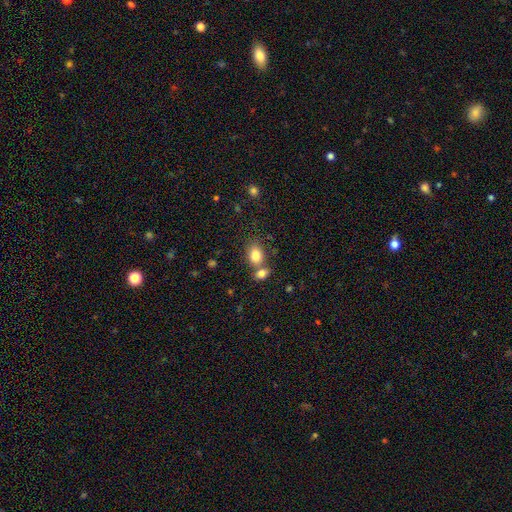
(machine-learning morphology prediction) A smooth galaxy with no disk features (83%) that is in between round and cigar-shaped (70%).

Vote fractions:
- Smooth or featured? smooth: 83% / star or artifact: 10% / featured or disk: 8%
- How rounded? in between: 70% / round: 28% / cigar-shaped: 1%
- Merging? none: 48% / merger: 38% / minor disturbance: 11% / major disturbance: 4%